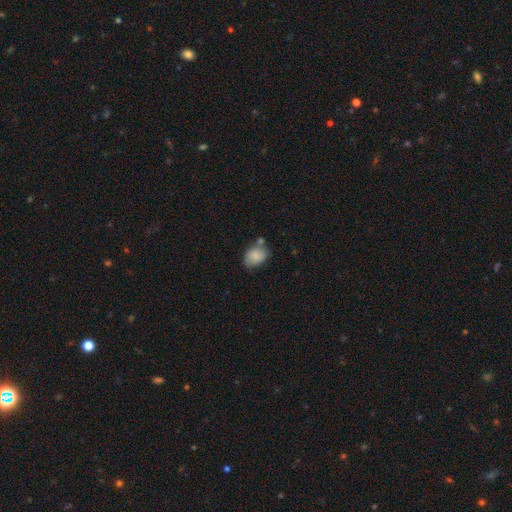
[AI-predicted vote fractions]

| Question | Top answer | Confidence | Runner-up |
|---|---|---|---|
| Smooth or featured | smooth | 81% | featured or disk (11%) |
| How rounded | in between | 71% | round (28%) |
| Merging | none | 52% | minor disturbance (24%) |